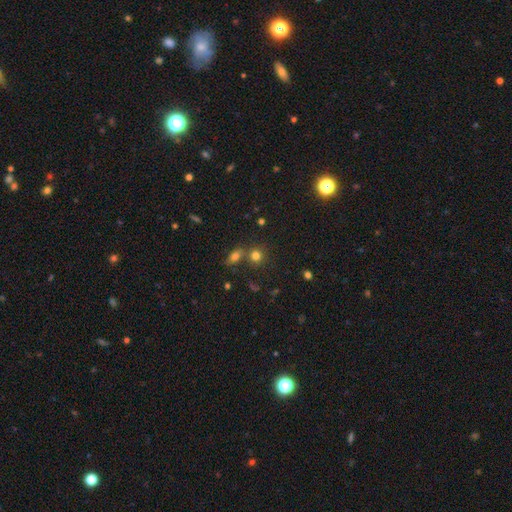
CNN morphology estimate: Smooth or featured?
  - smooth: 76% *
  - star or artifact: 16%
  - featured or disk: 8%
How rounded?
  - round: 82% *
  - in between: 16%
  - cigar-shaped: 2%
Merging?
  - none: 62% *
  - merger: 25%
  - minor disturbance: 9%
  - major disturbance: 4%